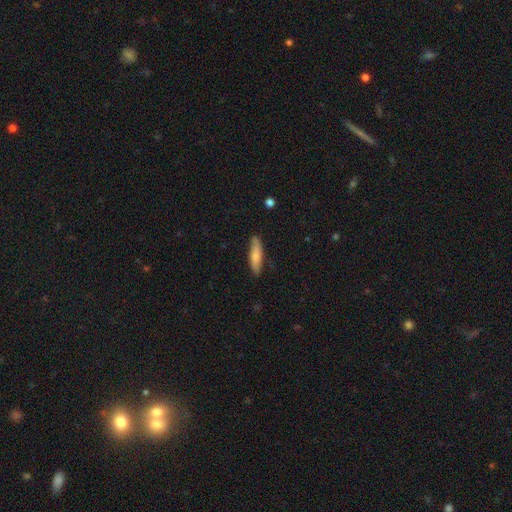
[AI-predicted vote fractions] This appears to be a smooth galaxy with no disk features (72%) that is cigar-shaped (71%). Merging: none (82%).